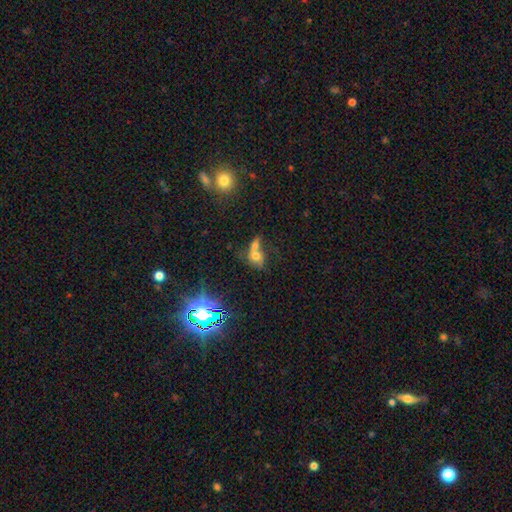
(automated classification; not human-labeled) smooth_or_featured: smooth (p=0.62) [alt: featured or disk p=0.19]
how_rounded: in between (p=0.53) [alt: round p=0.44]
merging: merger (p=0.66) [alt: none p=0.21]